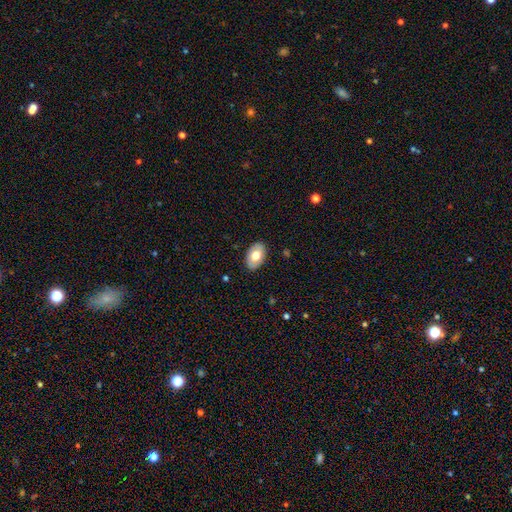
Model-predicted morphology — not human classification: The model was most divided on "smooth or featured": smooth: 67%, featured or disk: 27%, star or artifact: 6%. More confident: how rounded — in between (92%); merging — none (87%).